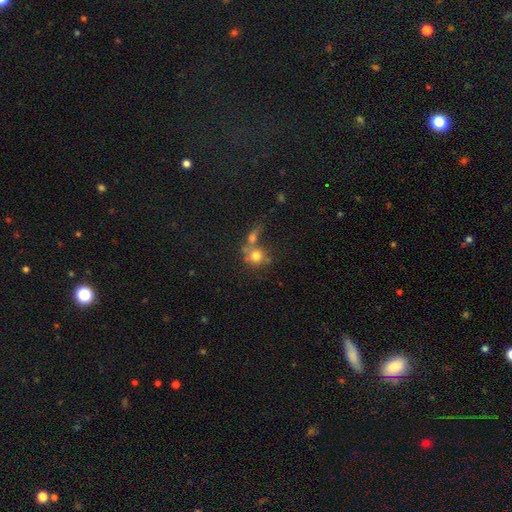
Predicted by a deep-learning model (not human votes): Overall: smooth (71%). How rounded: round (77%). Merging: merger (48%; none 33%).